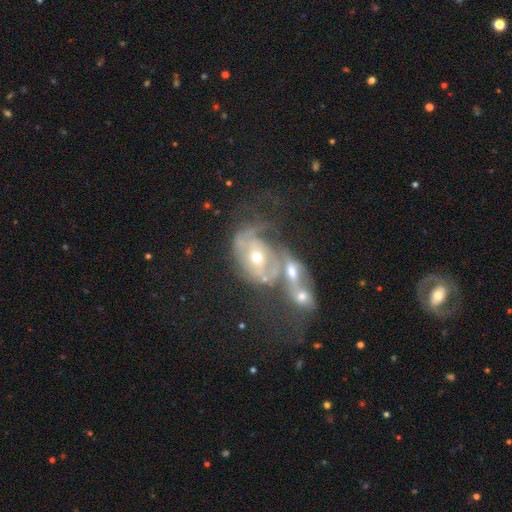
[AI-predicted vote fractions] Smooth or featured? Predicted: featured or disk (p=0.72). Edge-on disk? Predicted: no (p=0.95). Bar? Predicted: no (p=0.73). Spiral arms? Predicted: yes (p=0.68). Bulge size? Predicted: moderate (p=0.56). Merging? Predicted: merger (p=0.69).